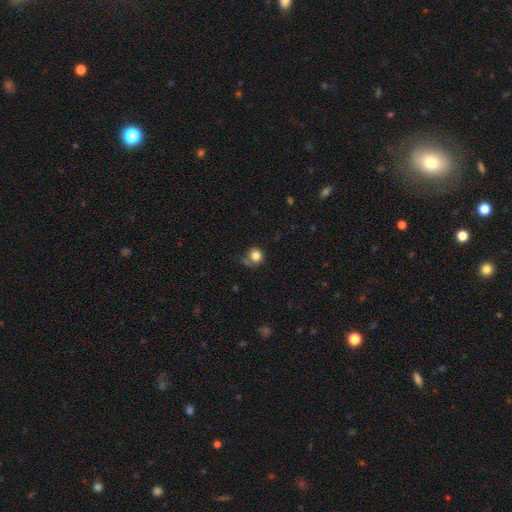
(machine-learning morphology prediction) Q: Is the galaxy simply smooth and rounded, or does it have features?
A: smooth — 82%.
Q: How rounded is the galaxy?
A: round — 88%.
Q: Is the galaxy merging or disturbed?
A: none — 59%.